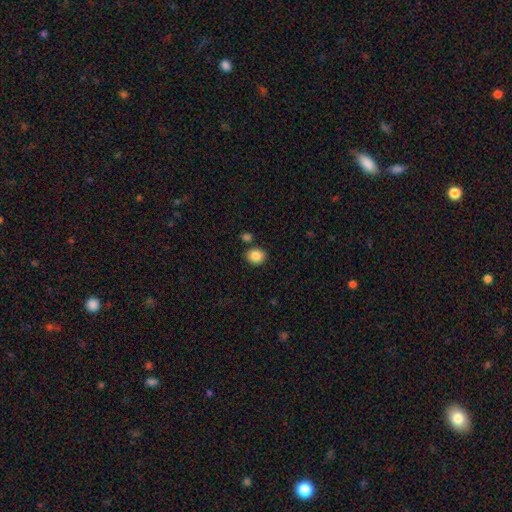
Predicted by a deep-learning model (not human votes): Overall: smooth (86%). How rounded: round (64%; in between 35%). Merging: none (82%).